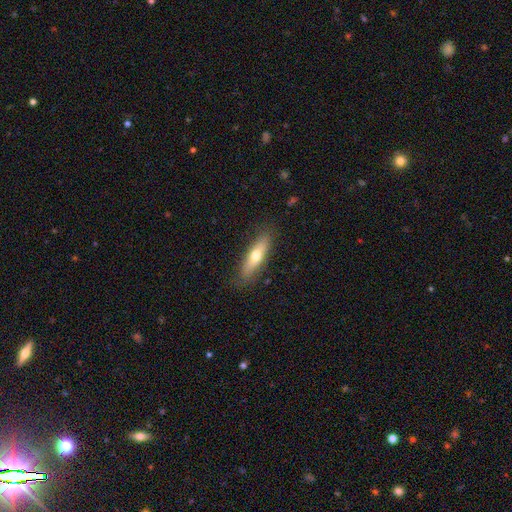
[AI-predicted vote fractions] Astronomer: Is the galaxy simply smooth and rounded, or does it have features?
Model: smooth — 60%.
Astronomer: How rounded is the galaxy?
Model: cigar-shaped — 63%.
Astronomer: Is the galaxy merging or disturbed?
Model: none — 85%.